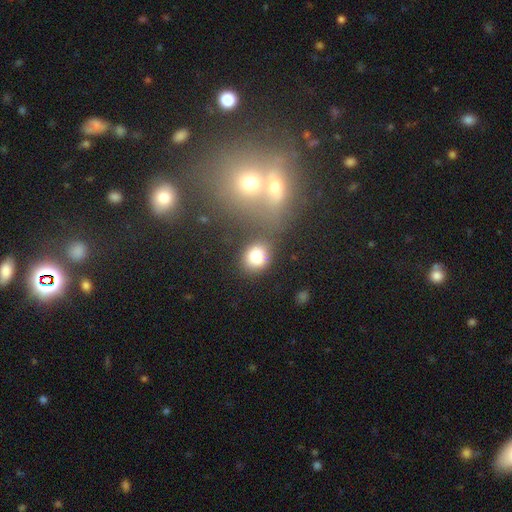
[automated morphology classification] This is clearly a smooth galaxy (81%). How rounded: possibly round (59%). Merging: possibly none (56%).